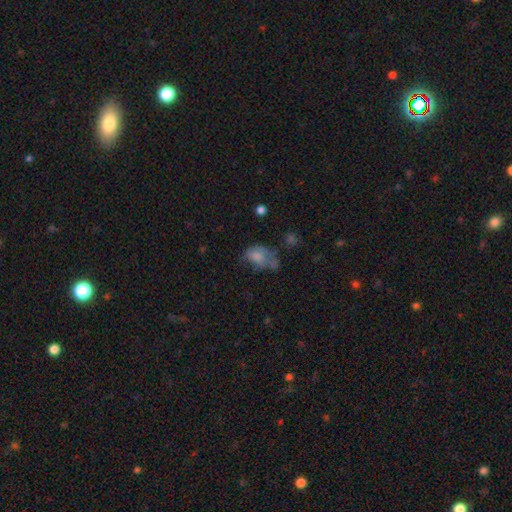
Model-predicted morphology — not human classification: A smooth galaxy with no disk features (51%) that is in between round and cigar-shaped (72%).

Vote fractions:
- Smooth or featured? smooth: 51% / featured or disk: 27% / star or artifact: 22%
- How rounded? in between: 72% / round: 26% / cigar-shaped: 2%
- Merging? none: 39% / minor disturbance: 28% / major disturbance: 23% / merger: 10%